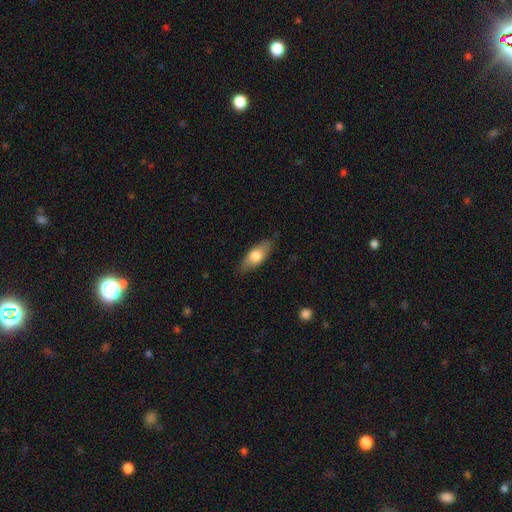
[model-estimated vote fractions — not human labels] Smooth or featured: smooth — 70% (featured or disk — 24%)
How rounded: in between — 75% (cigar-shaped — 22%)
Merging: none — 84% (minor disturbance — 12%)